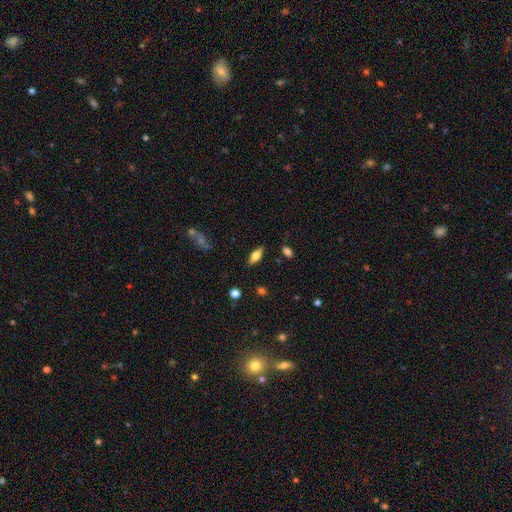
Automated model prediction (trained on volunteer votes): Smooth or featured?
  - smooth: 57% *
  - featured or disk: 35%
  - star or artifact: 8%
How rounded?
  - in between: 76% *
  - cigar-shaped: 20%
  - round: 3%
Merging?
  - none: 85% *
  - minor disturbance: 10%
  - major disturbance: 3%
  - merger: 2%